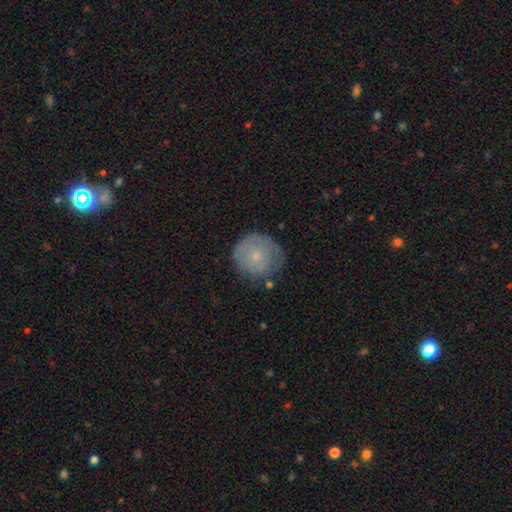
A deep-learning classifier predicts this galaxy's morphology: smooth_or_featured: smooth (p=0.65) [alt: featured or disk p=0.27]
how_rounded: round (p=0.91) [alt: in between p=0.08]
merging: none (p=0.64) [alt: minor disturbance p=0.25]